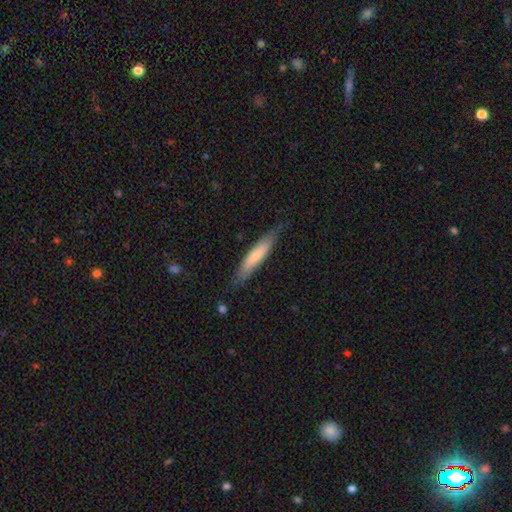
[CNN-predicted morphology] This appears to be a smooth galaxy with no disk features (64%) that is cigar-shaped (84%). Merging: none (75%).